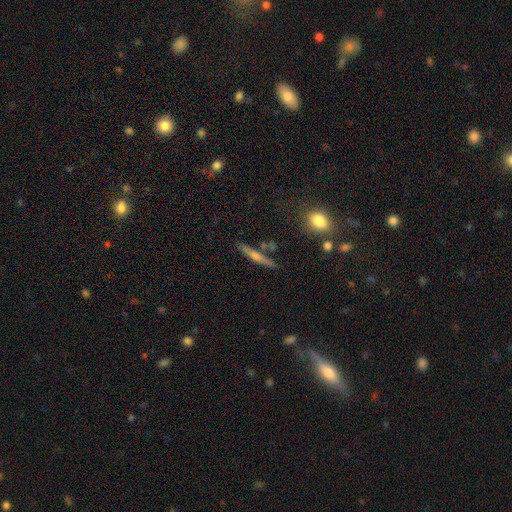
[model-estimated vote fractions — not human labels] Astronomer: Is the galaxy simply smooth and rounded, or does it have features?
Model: featured or disk — 57% (runner-up: smooth, 34%).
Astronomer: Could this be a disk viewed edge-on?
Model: yes — 95%.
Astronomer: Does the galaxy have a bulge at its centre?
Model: rounded — 71%.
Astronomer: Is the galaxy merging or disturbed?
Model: none — 82%.